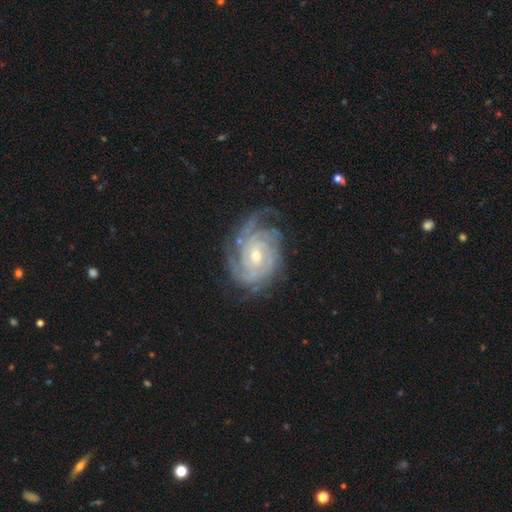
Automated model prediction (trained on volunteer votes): A featured or disk galaxy (91%) with no bar (58%), tight (78%) spiral arms (98%) and a small central bulge (49%). Merging: none (71%).